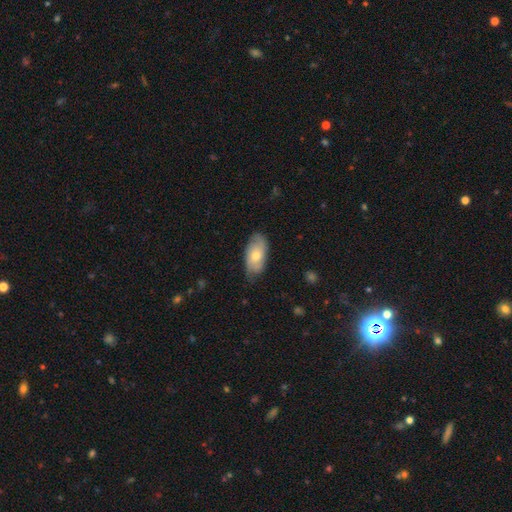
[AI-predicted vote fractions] This is possibly a smooth galaxy (55%). How rounded: clearly in between (92%). Merging: likely none (73%).